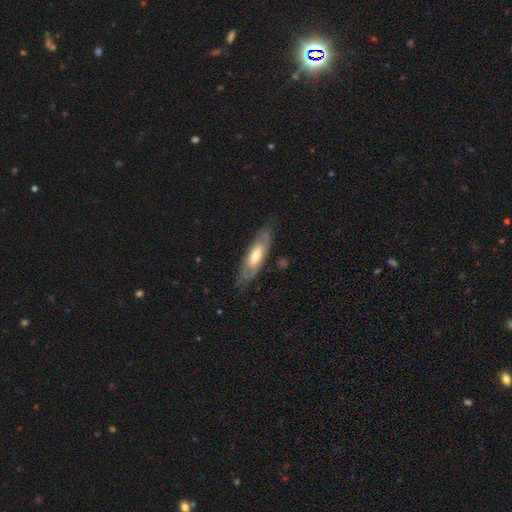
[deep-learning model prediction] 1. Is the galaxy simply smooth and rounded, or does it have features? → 55% featured or disk, 39% smooth, 6% star or artifact.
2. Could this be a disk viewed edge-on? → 65% no, 35% yes.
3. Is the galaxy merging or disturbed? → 76% none, 17% minor disturbance, 5% major disturbance, 1% merger.